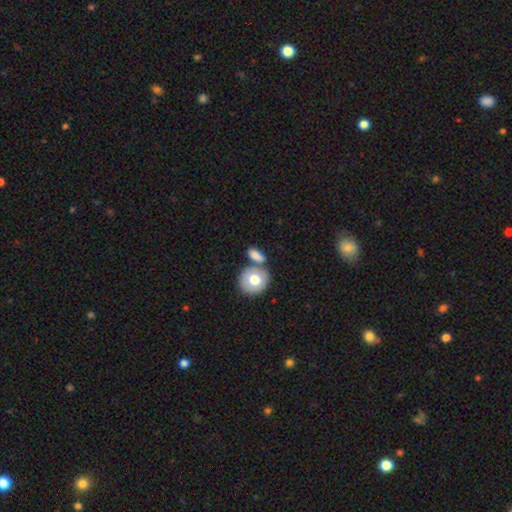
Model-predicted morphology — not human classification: smooth 77%, featured or disk 16%, star or artifact 7%. Down the decision tree: how rounded — in between (60%); merging — none (56%).